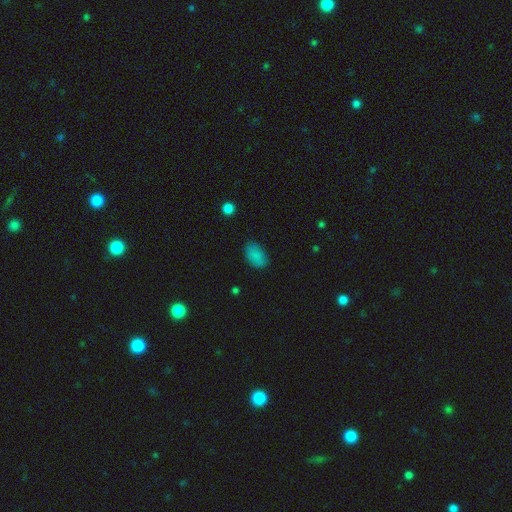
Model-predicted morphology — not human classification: Smooth or featured: smooth — 85% (star or artifact — 10%)
How rounded: in between — 91% (round — 7%)
Merging: none — 79% (minor disturbance — 16%)